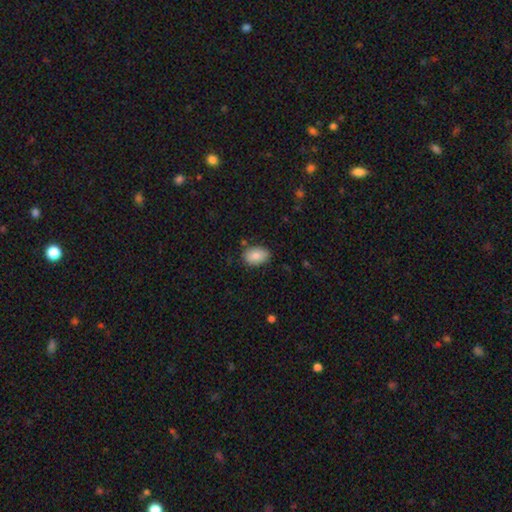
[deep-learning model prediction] Smooth or featured? Predicted: smooth (p=0.85). How rounded? Predicted: in between (p=0.86). Merging? Predicted: none (p=0.81).